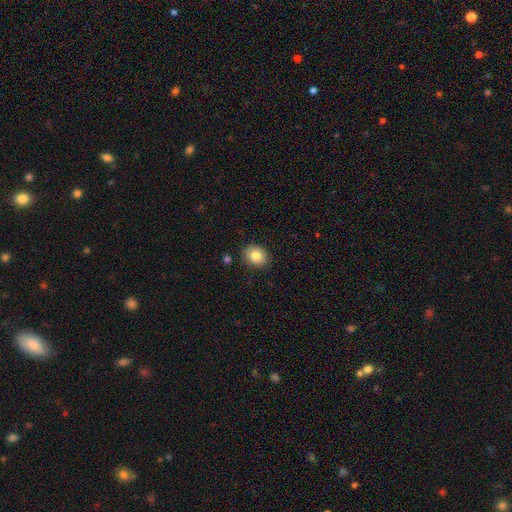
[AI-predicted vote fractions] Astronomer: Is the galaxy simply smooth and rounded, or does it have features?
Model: smooth — 81%.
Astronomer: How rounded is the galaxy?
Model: round — 60% (runner-up: in between, 39%).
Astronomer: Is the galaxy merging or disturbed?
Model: none — 87%.